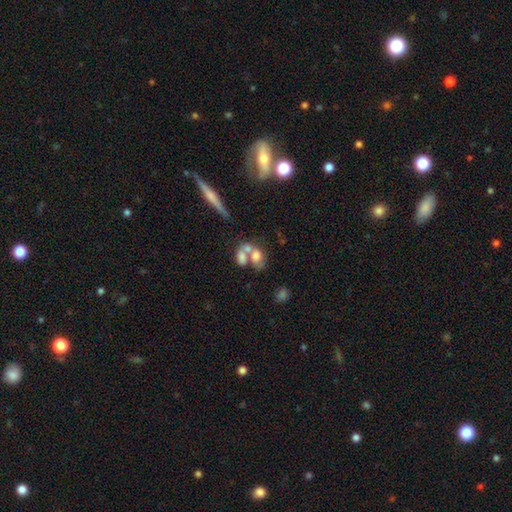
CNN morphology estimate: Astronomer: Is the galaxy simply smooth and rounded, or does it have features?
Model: smooth — 59%.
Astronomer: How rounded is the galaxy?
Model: in between — 73%.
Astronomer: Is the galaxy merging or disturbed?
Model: merger — 64%.